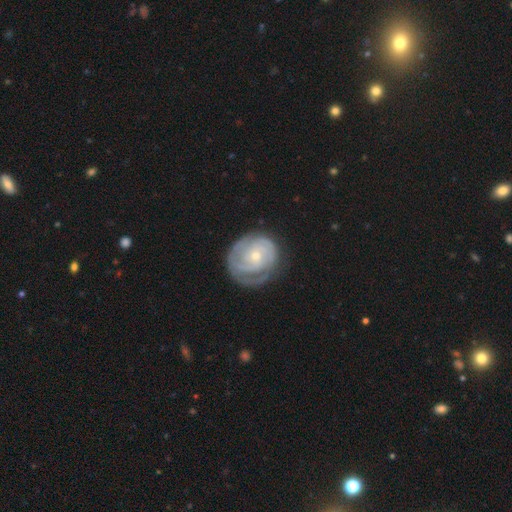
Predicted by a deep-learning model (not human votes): This appears to be a featured or disk galaxy (79%) with no bar (75%), tight (71%) spiral arms (92%) and a small central bulge (71%). Merging: none (65%).